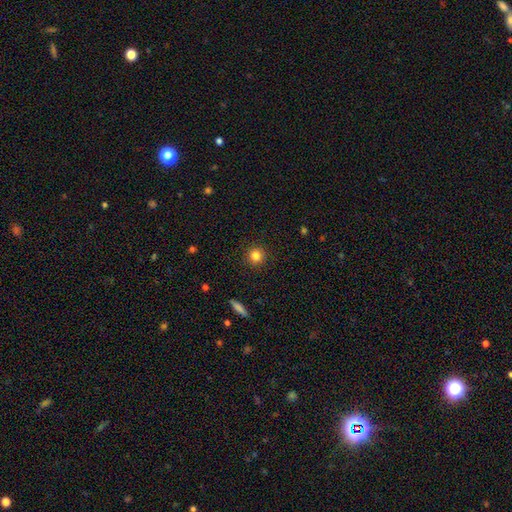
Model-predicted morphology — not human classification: This appears to be a smooth galaxy with no disk features (83%) that is round (94%). Merging: none (92%).